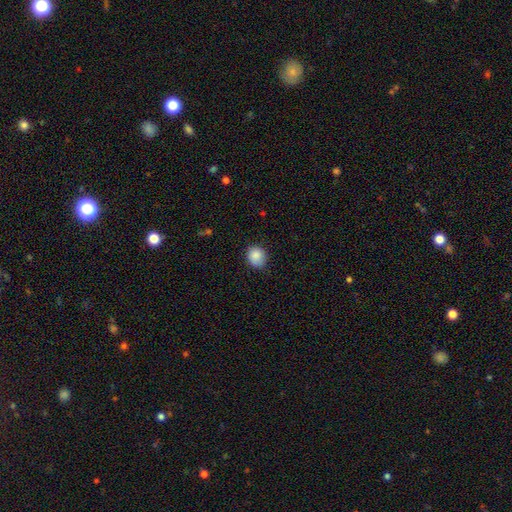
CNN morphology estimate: smooth_or_featured: smooth (p=0.87) [alt: star or artifact p=0.08]
how_rounded: round (p=0.71) [alt: in between p=0.28]
merging: none (p=0.74) [alt: minor disturbance p=0.21]